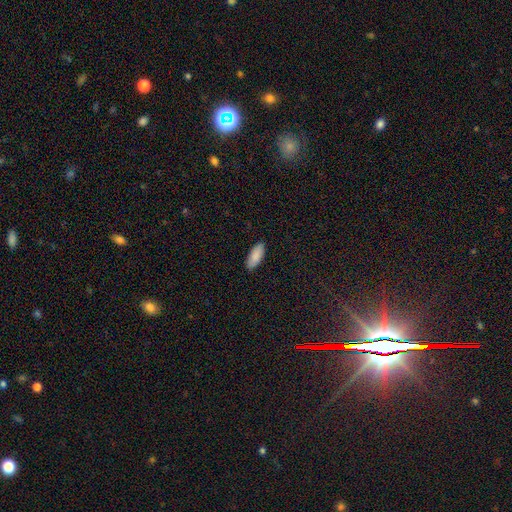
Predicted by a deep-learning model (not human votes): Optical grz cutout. It shows a smooth galaxy with no disk features (89%) that is in between round and cigar-shaped (81%). Merging: none (89%).